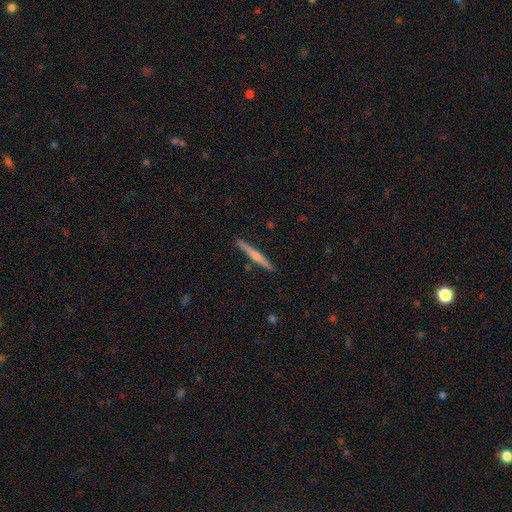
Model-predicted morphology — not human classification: This is possibly a featured or disk galaxy (53%). It is clearly viewed edge-on (98%). Edge-on bulge: likely rounded (60%). Merging: clearly none (90%).